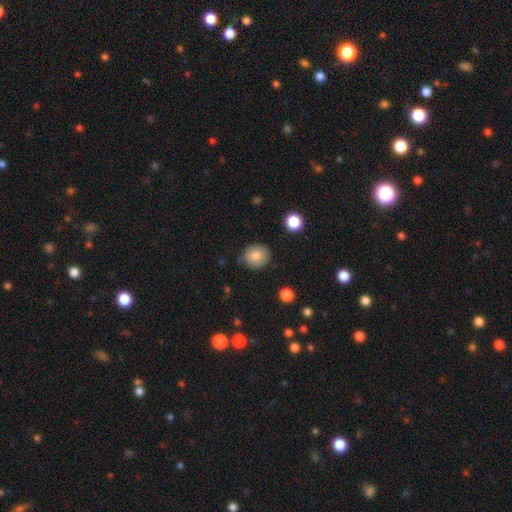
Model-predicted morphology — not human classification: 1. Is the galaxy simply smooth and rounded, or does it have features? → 82% smooth, 9% featured or disk, 9% star or artifact.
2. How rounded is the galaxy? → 76% round, 23% in between, 1% cigar-shaped.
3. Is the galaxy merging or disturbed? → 83% none, 13% minor disturbance, 3% major disturbance, 2% merger.